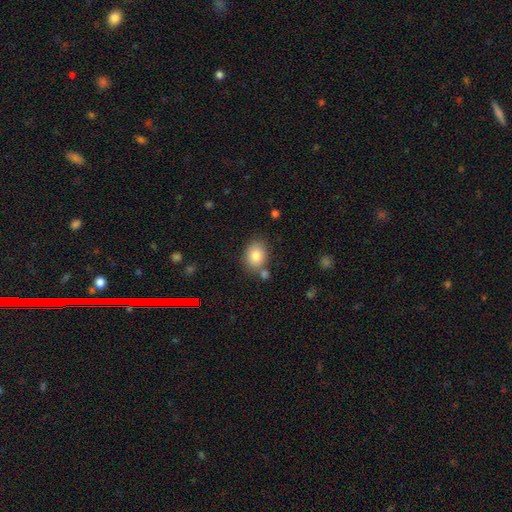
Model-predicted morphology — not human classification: Overall: smooth (83%). How rounded: in between (59%; round 40%). Merging: none (72%).